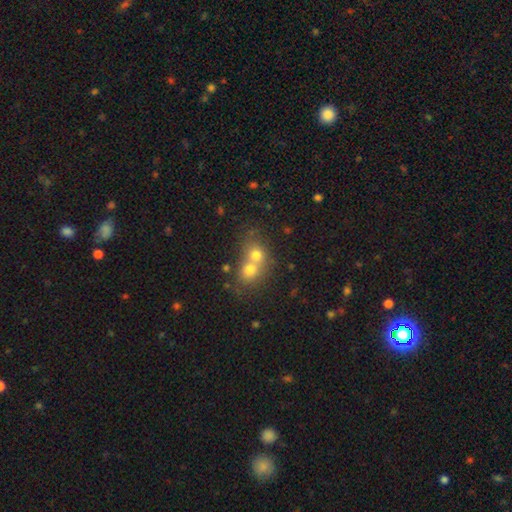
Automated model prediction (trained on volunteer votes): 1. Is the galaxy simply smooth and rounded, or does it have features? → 59% smooth, 24% star or artifact, 17% featured or disk.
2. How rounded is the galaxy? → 72% round, 26% in between, 2% cigar-shaped.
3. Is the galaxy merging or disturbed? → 62% merger, 30% none, 6% minor disturbance, 3% major disturbance.